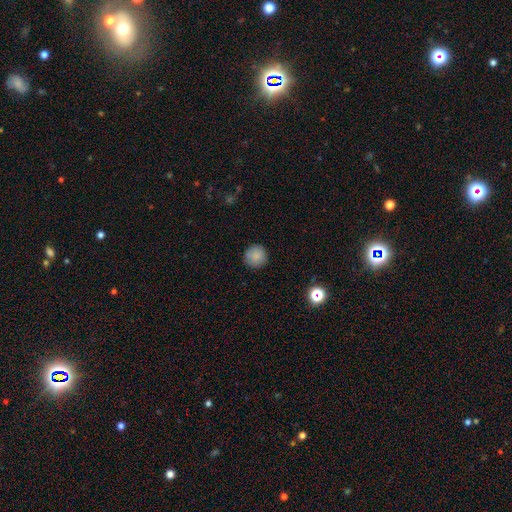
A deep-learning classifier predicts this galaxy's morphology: This is clearly a smooth galaxy (86%). How rounded: clearly round (95%). Merging: clearly none (89%).